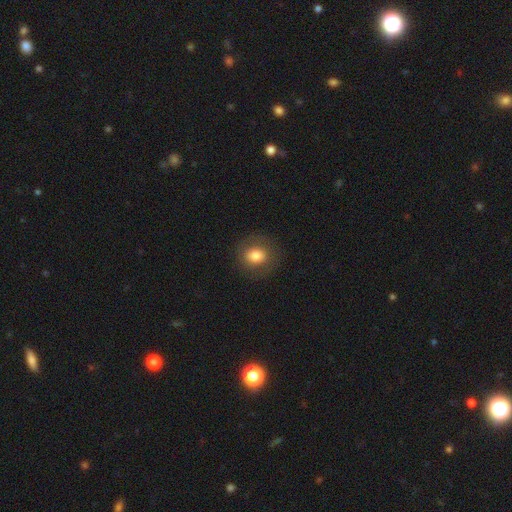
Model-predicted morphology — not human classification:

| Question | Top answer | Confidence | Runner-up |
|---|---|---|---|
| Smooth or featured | smooth | 76% | featured or disk (15%) |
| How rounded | round | 76% | in between (23%) |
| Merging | none | 84% | minor disturbance (11%) |